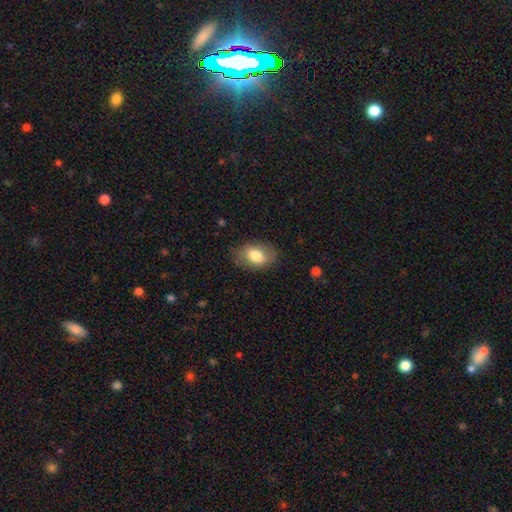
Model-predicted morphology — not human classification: Smooth or featured?
  - smooth: 79% *
  - featured or disk: 14%
  - star or artifact: 7%
How rounded?
  - in between: 83% *
  - round: 15%
  - cigar-shaped: 1%
Merging?
  - none: 73% *
  - minor disturbance: 20%
  - major disturbance: 6%
  - merger: 1%